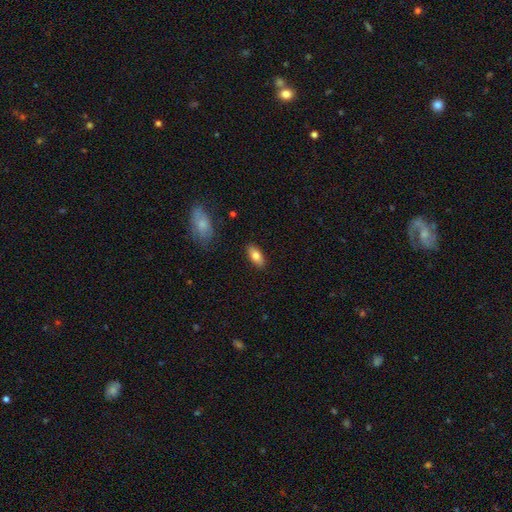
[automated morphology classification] A smooth galaxy with no disk features (79%) that is in between round and cigar-shaped (87%). Merging: none (88%).